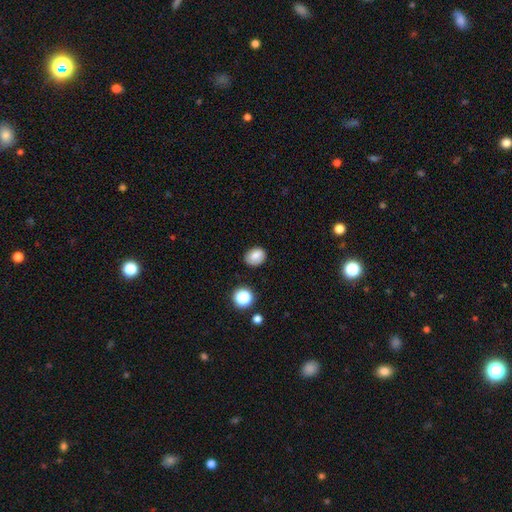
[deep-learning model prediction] Q: Smooth or featured?
A: smooth (80%); runner-up: star or artifact (11%)
Q: How rounded?
A: in between (56%); runner-up: round (43%)
Q: Merging?
A: none (81%); runner-up: minor disturbance (14%)